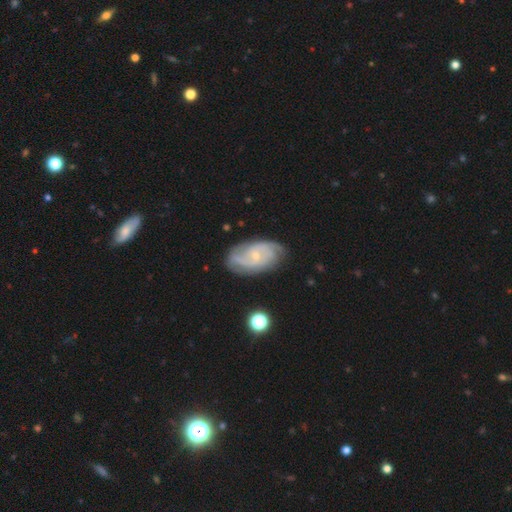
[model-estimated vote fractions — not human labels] smooth-or-featured: featured or disk: 84% | smooth: 11% | star or artifact: 5%
  disk-edge-on: no: 96% | yes: 4%
    bar: no: 64% | weak: 30% | strong: 5%
    has-spiral-arms: yes: 96% | no: 4%
      spiral-winding: tight: 50% | medium: 40% | loose: 10%
      spiral-arm-count: 2: 37% | 3: 25% | can't tell: 21% | 4: 8% | 1: 5% | more than 4: 4%
    bulge-size: small: 78% | moderate: 18% | none: 2% | large: 1% | dominant: 1%
  merging: none: 77% | minor disturbance: 17% | major disturbance: 4% | merger: 2%